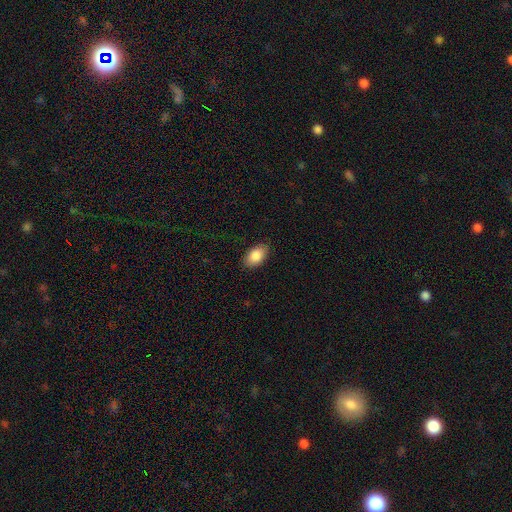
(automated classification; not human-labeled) smooth_or_featured: smooth (p=0.87) [alt: star or artifact p=0.07]
how_rounded: in between (p=0.93) [alt: round p=0.06]
merging: none (p=0.88) [alt: minor disturbance p=0.09]